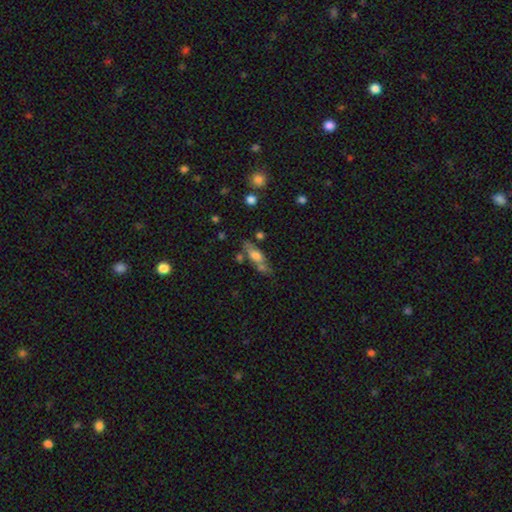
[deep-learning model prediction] smooth-or-featured: smooth: 49% | featured or disk: 41% | star or artifact: 10%
  merging: none: 60% | minor disturbance: 19% | merger: 14% | major disturbance: 7%